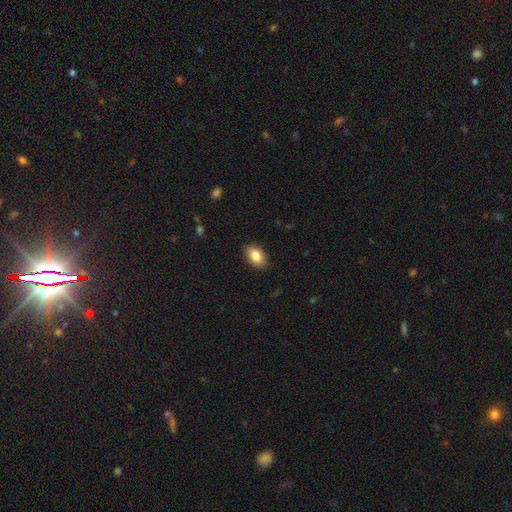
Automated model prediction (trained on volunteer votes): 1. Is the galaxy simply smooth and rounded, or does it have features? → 88% smooth, 7% star or artifact, 5% featured or disk.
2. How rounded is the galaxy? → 90% in between, 9% round, 1% cigar-shaped.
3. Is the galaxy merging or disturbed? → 89% none, 8% minor disturbance, 2% major disturbance, 1% merger.